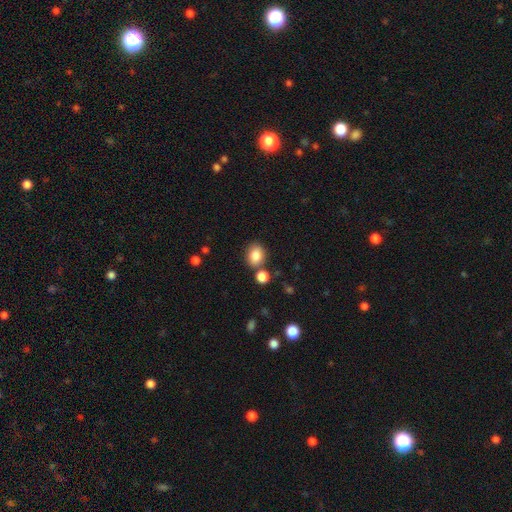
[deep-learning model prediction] Smooth or featured: smooth — 84% (star or artifact — 10%)
How rounded: round — 51% (in between — 48%)
Merging: none — 72% (merger — 13%)